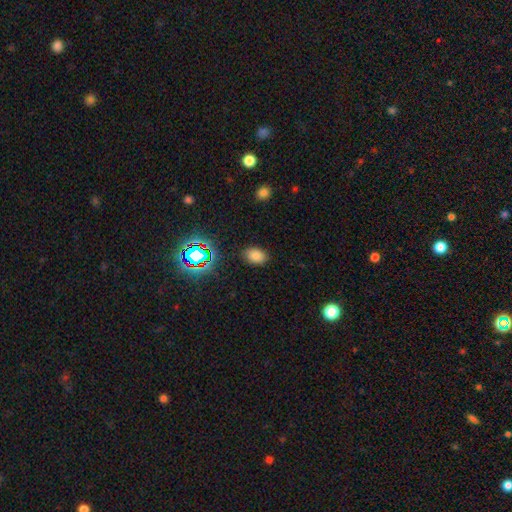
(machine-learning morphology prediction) This is likely a smooth galaxy (77%). How rounded: likely in between (80%). Merging: clearly none (86%).